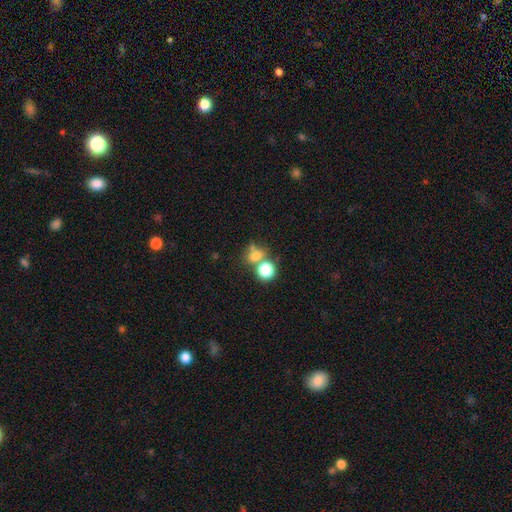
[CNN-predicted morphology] type=smooth (70%); roundness=round (68%); merging=none (45%).